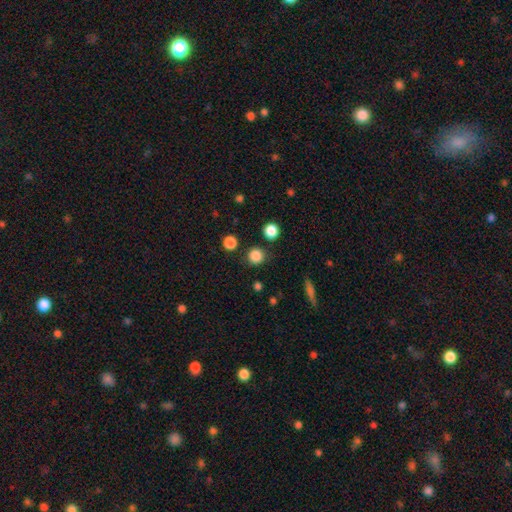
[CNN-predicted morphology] Smooth or featured? smooth (84%)
How rounded? round (94%)
Merging? none (87%)